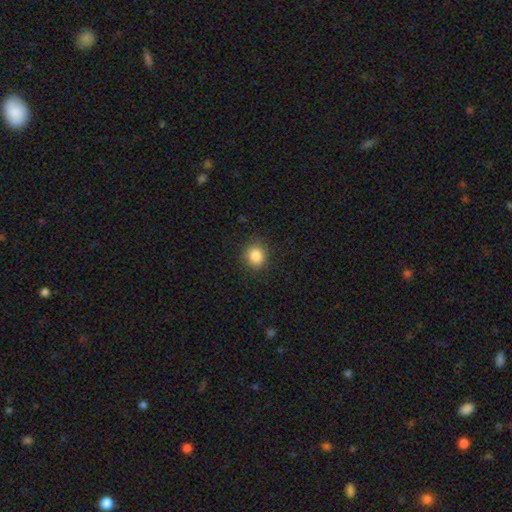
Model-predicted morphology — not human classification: smooth_or_featured: smooth (p=0.86) [alt: star or artifact p=0.10]
how_rounded: round (p=0.81) [alt: in between p=0.18]
merging: none (p=0.86) [alt: minor disturbance p=0.10]